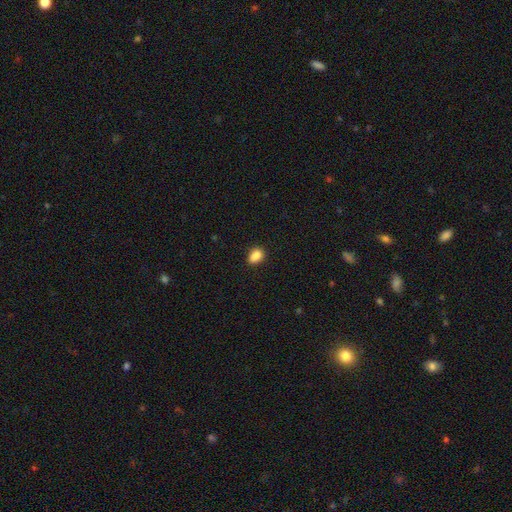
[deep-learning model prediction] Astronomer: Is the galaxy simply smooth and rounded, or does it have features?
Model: smooth — 87%.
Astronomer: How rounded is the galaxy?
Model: in between — 79%.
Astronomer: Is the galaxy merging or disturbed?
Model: none — 80%.